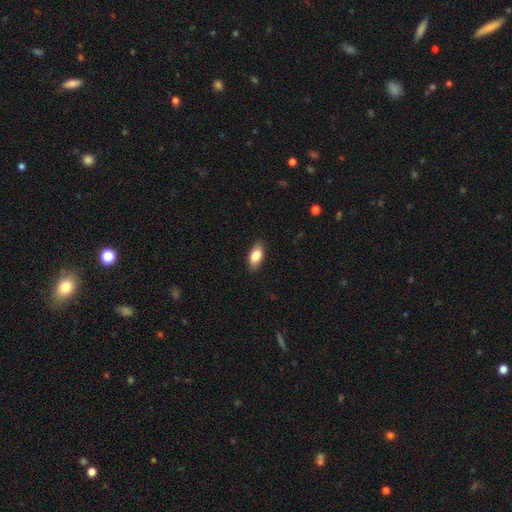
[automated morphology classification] This appears to be a smooth galaxy with no disk features (83%) that is in between round and cigar-shaped (89%). Merging: none (86%).